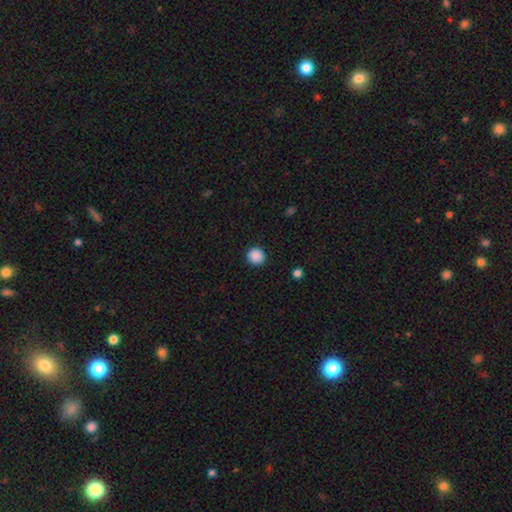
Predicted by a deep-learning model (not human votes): Smooth or featured?
  - smooth: 89% *
  - star or artifact: 9%
  - featured or disk: 3%
How rounded?
  - round: 94% *
  - in between: 5%
  - cigar-shaped: 1%
Merging?
  - none: 92% *
  - minor disturbance: 5%
  - major disturbance: 2%
  - merger: 1%